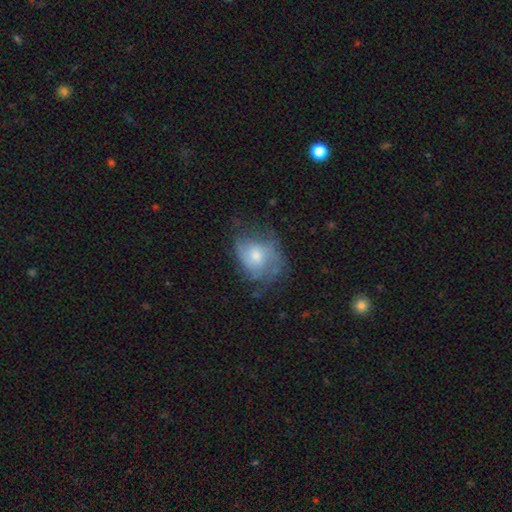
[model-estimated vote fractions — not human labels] Overall: featured or disk (50%; smooth 41%). Merging: none (48%; minor disturbance 29%).